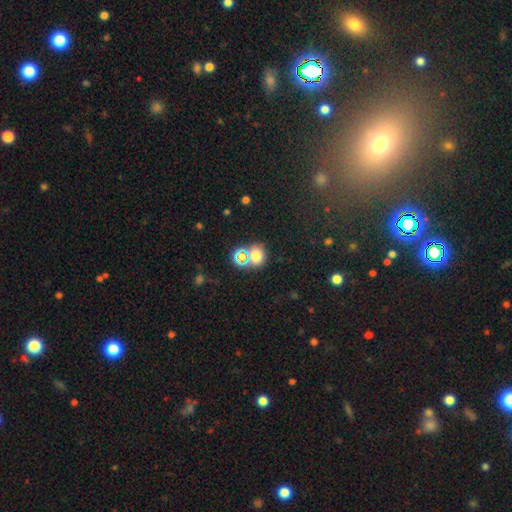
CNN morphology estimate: Smooth or featured?
  - smooth: 63% *
  - star or artifact: 29%
  - featured or disk: 8%
How rounded?
  - round: 72% *
  - in between: 27%
  - cigar-shaped: 1%
Merging?
  - none: 70% *
  - merger: 14%
  - minor disturbance: 11%
  - major disturbance: 5%